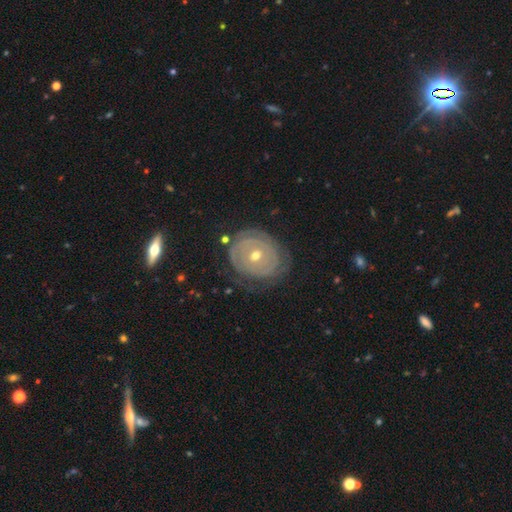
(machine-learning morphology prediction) This appears to be a featured or disk galaxy (78%) with no bar (79%), tight (85%) spiral arms (77%) and a moderate central bulge (50%). Merging: none (73%).